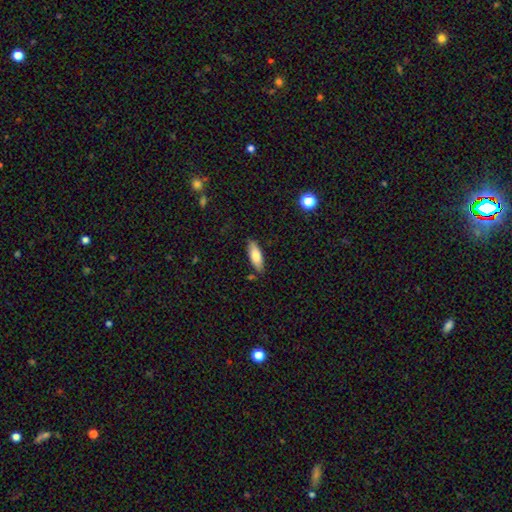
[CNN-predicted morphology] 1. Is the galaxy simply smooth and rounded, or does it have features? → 77% smooth, 17% featured or disk, 7% star or artifact.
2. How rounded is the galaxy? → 66% in between, 32% cigar-shaped, 2% round.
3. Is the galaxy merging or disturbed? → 82% none, 13% minor disturbance, 3% major disturbance, 3% merger.